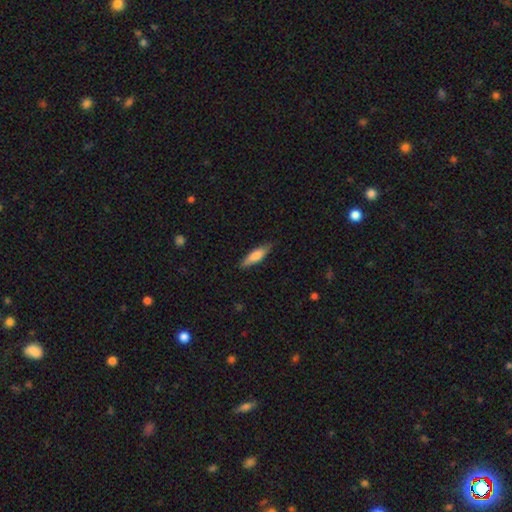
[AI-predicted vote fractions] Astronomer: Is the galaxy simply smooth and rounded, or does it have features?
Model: smooth — 72%.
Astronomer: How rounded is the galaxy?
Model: cigar-shaped — 64%.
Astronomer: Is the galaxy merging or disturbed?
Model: none — 82%.